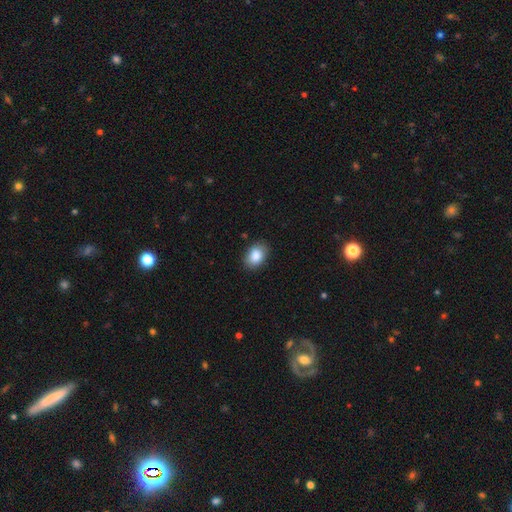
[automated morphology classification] The model was most divided on "how rounded": in between: 79%, round: 20%, cigar-shaped: 1%. More confident: smooth or featured — smooth (86%); merging — none (85%).